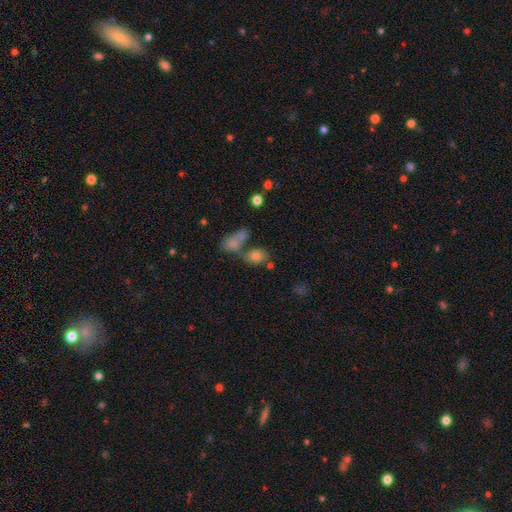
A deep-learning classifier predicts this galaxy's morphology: smooth-or-featured: smooth: 76% | featured or disk: 13% | star or artifact: 11%
  how-rounded: in between: 71% | round: 27% | cigar-shaped: 2%
  merging: none: 50% | merger: 32% | minor disturbance: 12% | major disturbance: 5%